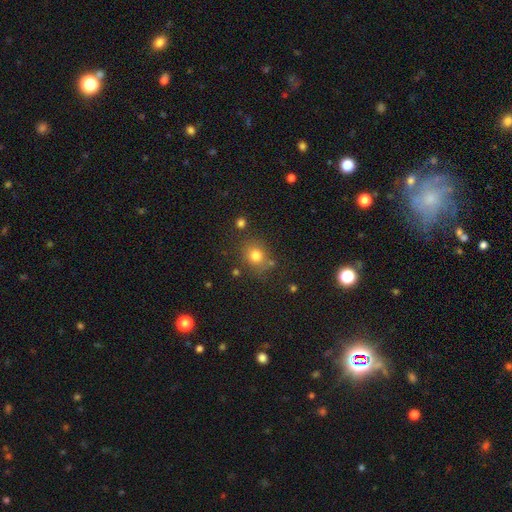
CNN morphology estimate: Smooth or featured?
  - smooth: 78% *
  - star or artifact: 14%
  - featured or disk: 8%
How rounded?
  - round: 72% *
  - in between: 27%
  - cigar-shaped: 1%
Merging?
  - none: 76% *
  - minor disturbance: 13%
  - merger: 7%
  - major disturbance: 4%